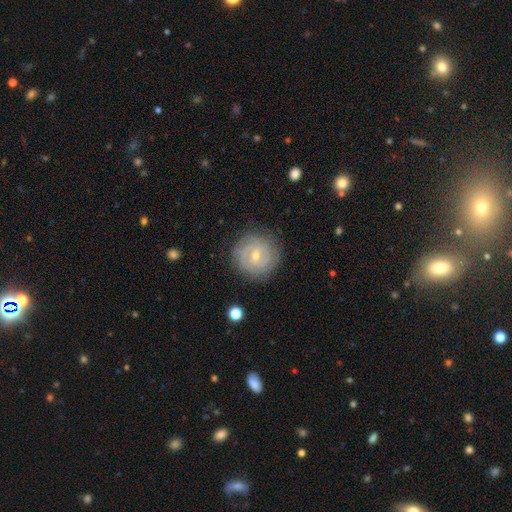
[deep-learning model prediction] The model was most divided on "bar": weak: 45%, no: 43%, strong: 13%. Remaining: edge-on disk — no (98%); spiral arms — yes (96%); smooth or featured — featured or disk (84%); merging — none (83%); spiral winding — tight (76%); bulge size — small (60%); spiral arm count — 2 (33%).